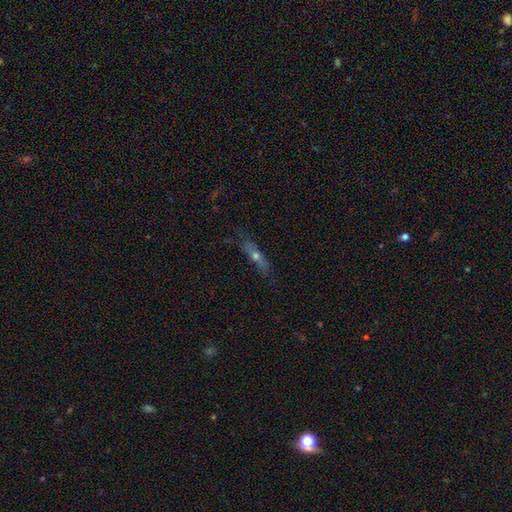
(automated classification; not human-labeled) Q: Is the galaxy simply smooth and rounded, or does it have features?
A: featured or disk — 52%.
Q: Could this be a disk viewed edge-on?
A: yes — 78%.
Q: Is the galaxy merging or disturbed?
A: none — 77%.